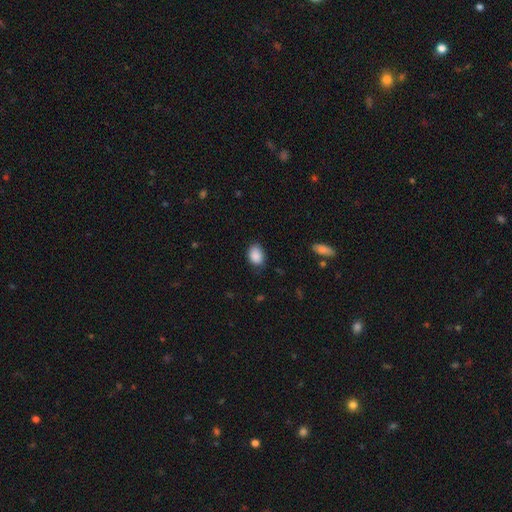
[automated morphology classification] This appears to be a smooth galaxy with no disk features (89%) that is in between round and cigar-shaped (75%). Merging: none (77%).